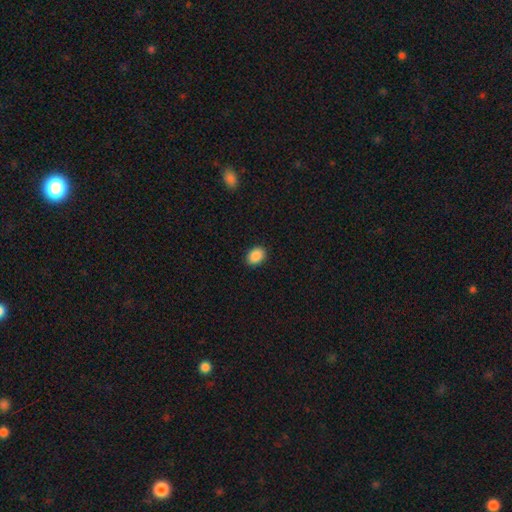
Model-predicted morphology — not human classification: Q: Smooth or featured?
A: smooth (89%); runner-up: star or artifact (8%)
Q: How rounded?
A: in between (71%); runner-up: round (28%)
Q: Merging?
A: none (89%); runner-up: minor disturbance (8%)